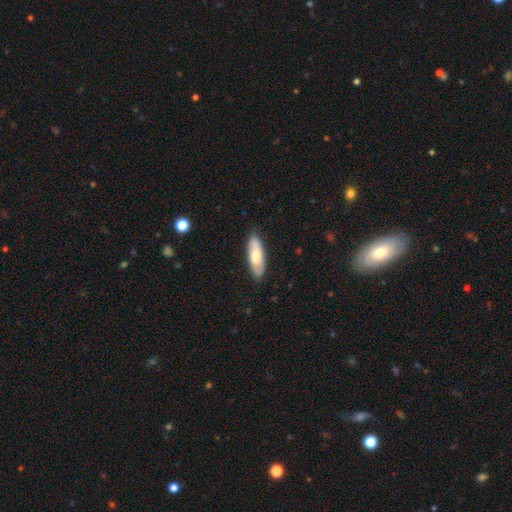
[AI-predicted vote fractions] The model was most divided on "how rounded": in between: 57%, cigar-shaped: 41%, round: 2%. More confident: merging — none (85%); smooth or featured — smooth (63%).